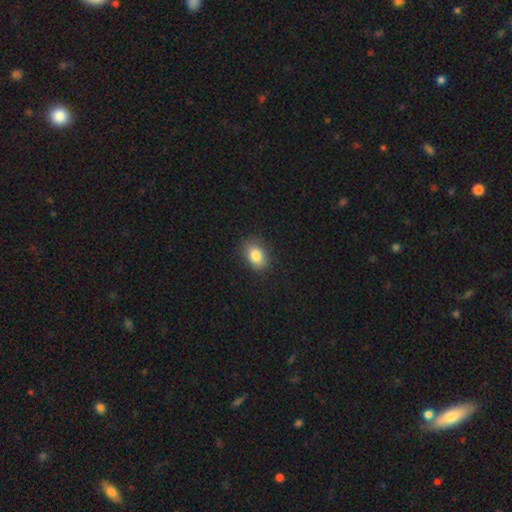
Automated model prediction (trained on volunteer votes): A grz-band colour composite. It shows a smooth galaxy with no disk features (84%) that is in between round and cigar-shaped (76%). Merging: none (86%).